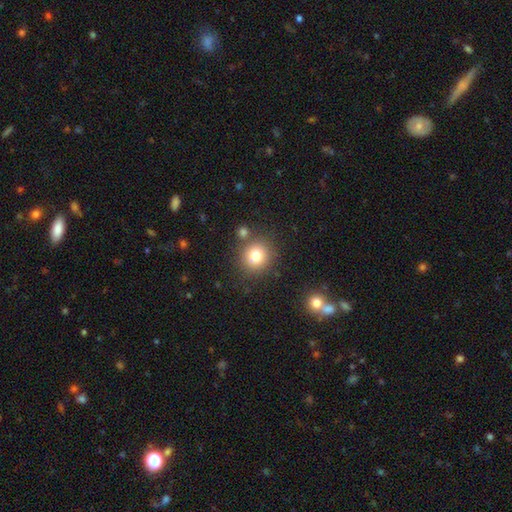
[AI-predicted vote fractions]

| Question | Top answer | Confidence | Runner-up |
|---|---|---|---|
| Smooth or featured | smooth | 80% | star or artifact (12%) |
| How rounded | round | 88% | in between (11%) |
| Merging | none | 79% | minor disturbance (9%) |